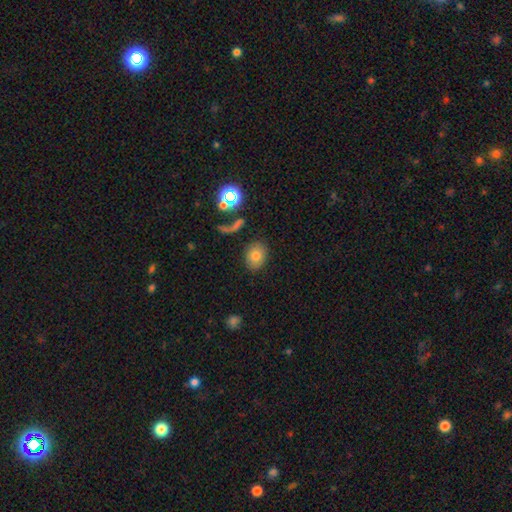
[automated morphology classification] Smooth or featured? smooth (74%)
How rounded? in between (56%)
Merging? none (81%)